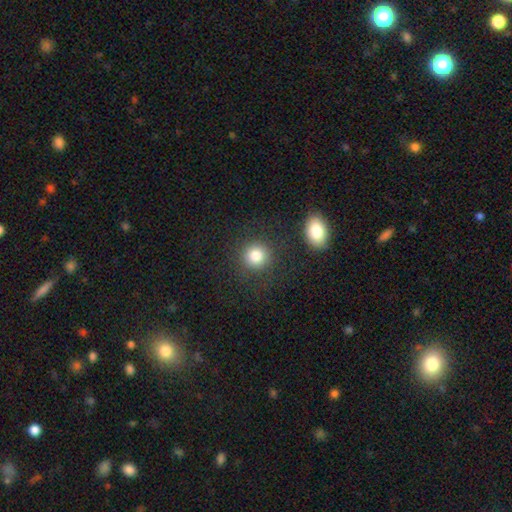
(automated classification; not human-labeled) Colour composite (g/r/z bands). It shows a smooth galaxy with no disk features (81%) that is round (90%). Merging: none (84%).